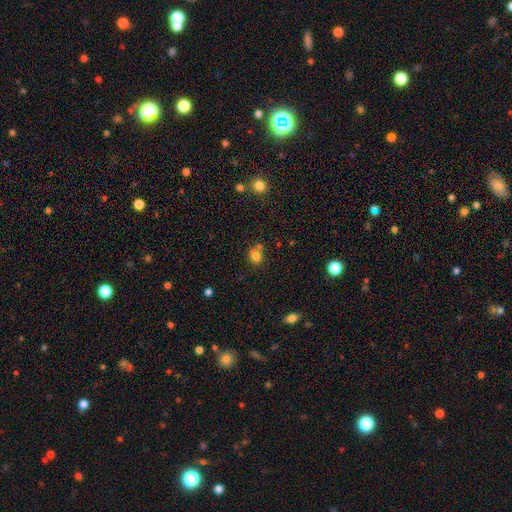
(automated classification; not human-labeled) This appears to be a smooth galaxy with no disk features (77%) that is round (60%). Merging: none (55%).